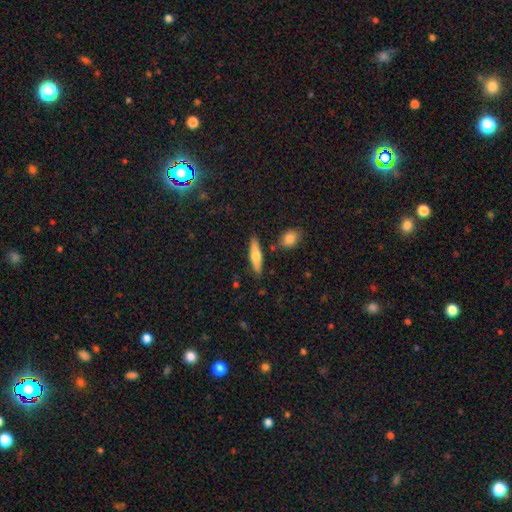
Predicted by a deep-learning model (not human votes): This appears to be a smooth galaxy with no disk features (58%) that is cigar-shaped (65%). Merging: none (84%).